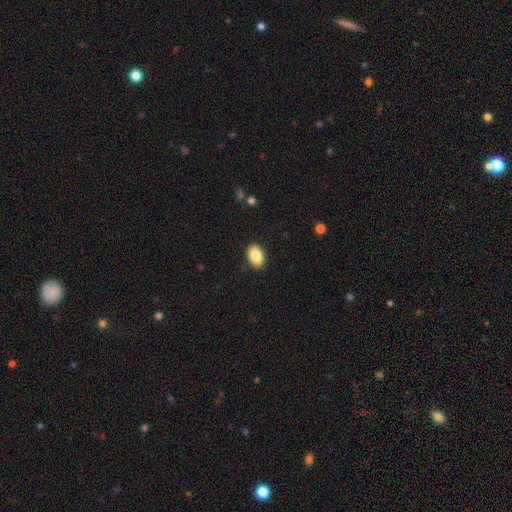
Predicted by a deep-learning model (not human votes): smooth-or-featured: smooth: 86% | featured or disk: 7% | star or artifact: 7%
  how-rounded: in between: 90% | round: 9% | cigar-shaped: 1%
  merging: none: 90% | minor disturbance: 8% | major disturbance: 2% | merger: 1%